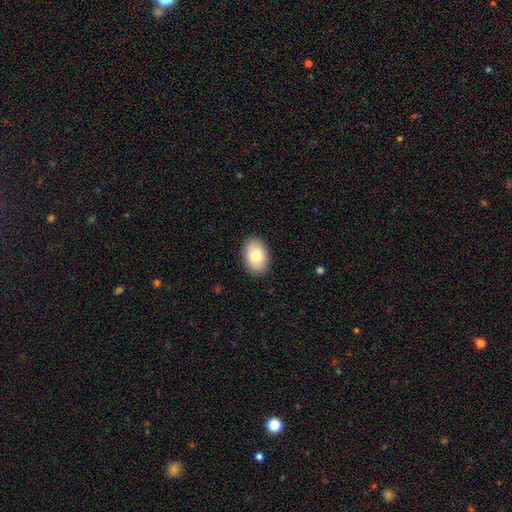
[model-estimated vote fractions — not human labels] This appears to be a smooth galaxy with no disk features (81%) that is in between round and cigar-shaped (86%). Merging: none (89%).